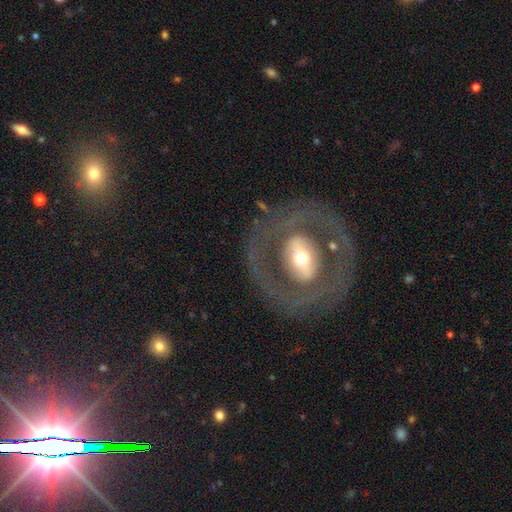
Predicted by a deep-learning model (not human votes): Smooth or featured? Predicted: featured or disk (p=0.72). Edge-on disk? Predicted: no (p=0.92). Bar? Predicted: no (p=0.43). Spiral arms? Predicted: no (p=0.66). Bulge size? Predicted: moderate (p=0.61). Merging? Predicted: none (p=0.79).